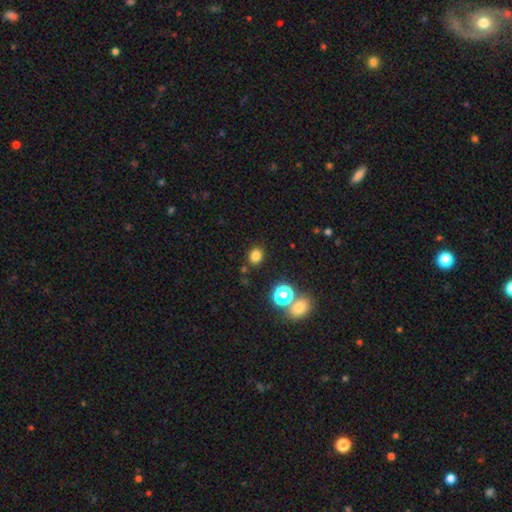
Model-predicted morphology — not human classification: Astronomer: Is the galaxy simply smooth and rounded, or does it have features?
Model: smooth — 80%.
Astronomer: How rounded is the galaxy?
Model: round — 68%.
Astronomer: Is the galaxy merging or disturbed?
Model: none — 85%.